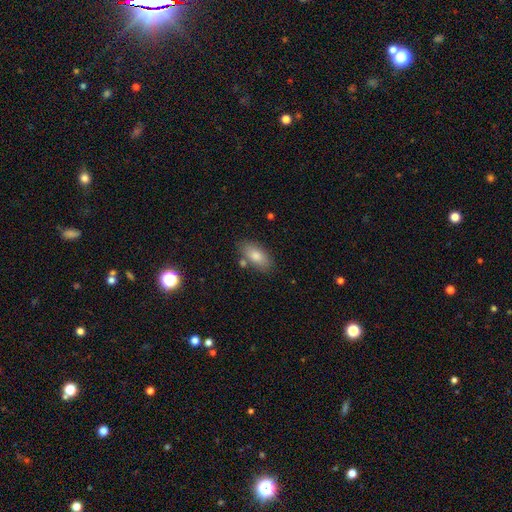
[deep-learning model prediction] Smooth or featured? smooth (80%)
How rounded? in between (89%)
Merging? none (79%)